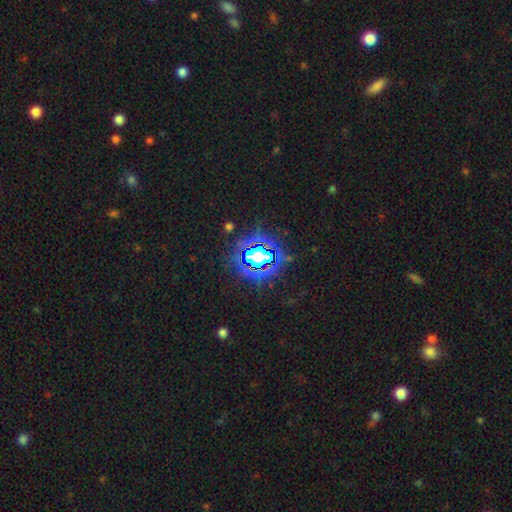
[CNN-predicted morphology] A star or artifact, not a galaxy (81%).

Vote fractions:
- Smooth or featured? star or artifact: 81% / smooth: 12% / featured or disk: 7%